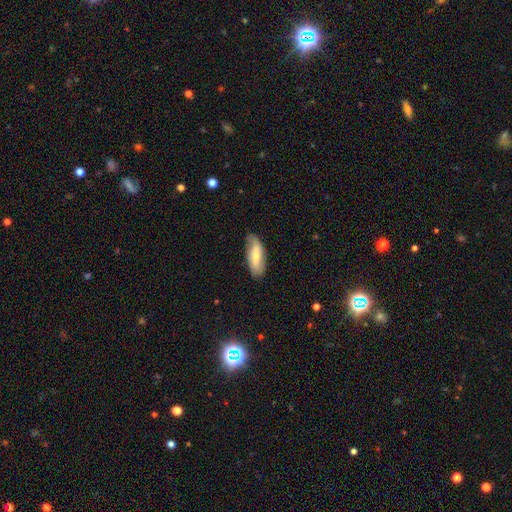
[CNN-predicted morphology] smooth 59%, featured or disk 35%, star or artifact 6%. Down the decision tree: how rounded — in between (78%); merging — none (73%).